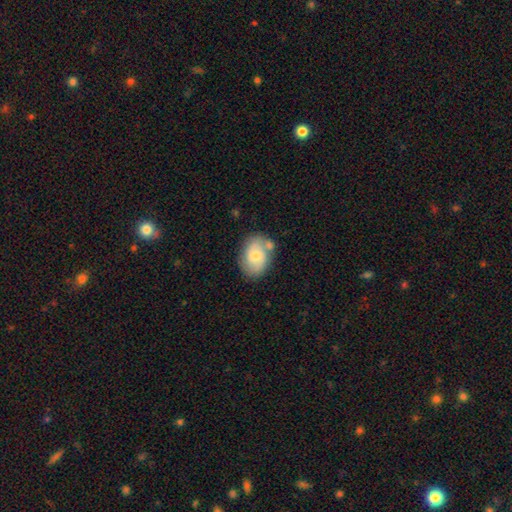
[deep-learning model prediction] Q: Smooth or featured?
A: smooth (54%); runner-up: featured or disk (40%)
Q: How rounded?
A: in between (77%); runner-up: round (22%)
Q: Merging?
A: none (62%); runner-up: minor disturbance (19%)